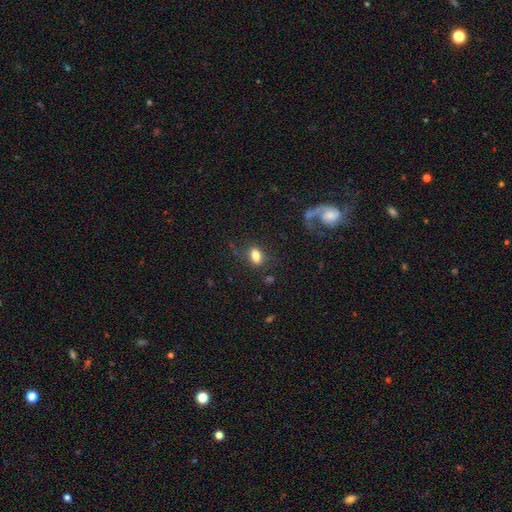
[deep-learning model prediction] smooth 78%, featured or disk 12%, star or artifact 10%. Down the decision tree: how rounded — in between (85%); merging — none (72%).